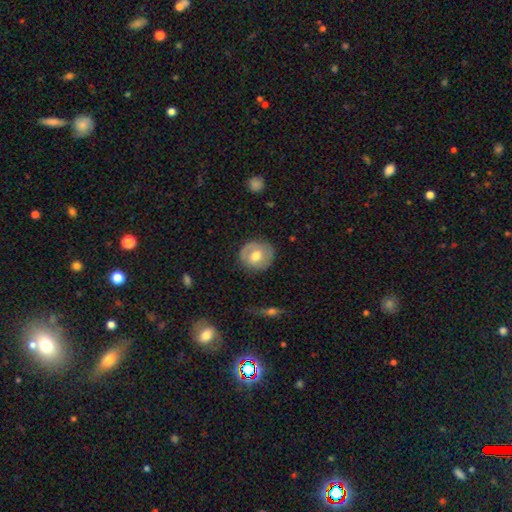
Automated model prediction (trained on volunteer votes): The model was most divided on "smooth or featured": smooth: 55%, featured or disk: 39%, star or artifact: 6%. More confident: how rounded — round (83%); merging — none (80%).